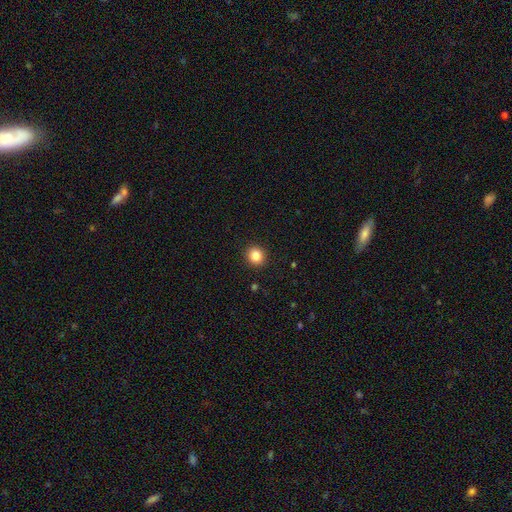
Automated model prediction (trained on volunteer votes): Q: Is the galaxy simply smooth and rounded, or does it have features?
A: smooth — 84%.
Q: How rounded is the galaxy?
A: round — 88%.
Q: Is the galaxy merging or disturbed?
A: none — 92%.